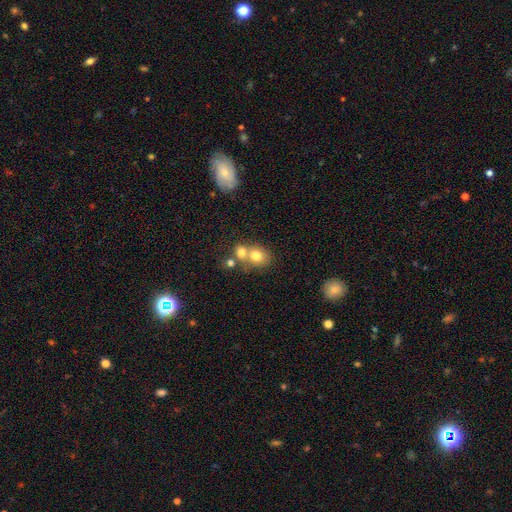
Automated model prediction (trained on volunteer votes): Morphology: type=smooth (74%); roundness=round (65%); merging=merger (53%).